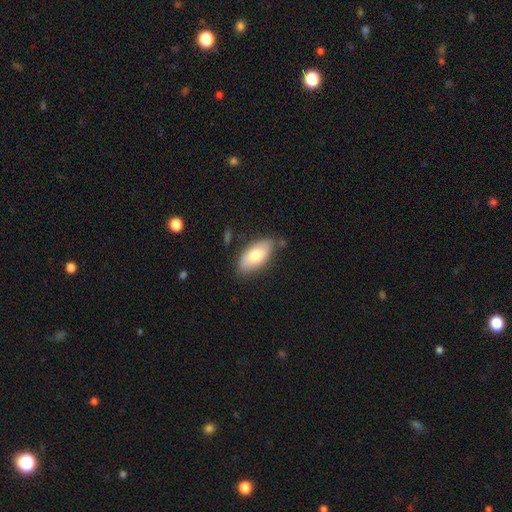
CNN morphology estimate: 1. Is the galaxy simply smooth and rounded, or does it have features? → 75% smooth, 19% featured or disk, 6% star or artifact.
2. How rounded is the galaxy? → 93% in between, 4% cigar-shaped, 3% round.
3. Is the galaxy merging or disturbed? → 77% none, 16% minor disturbance, 3% merger, 3% major disturbance.